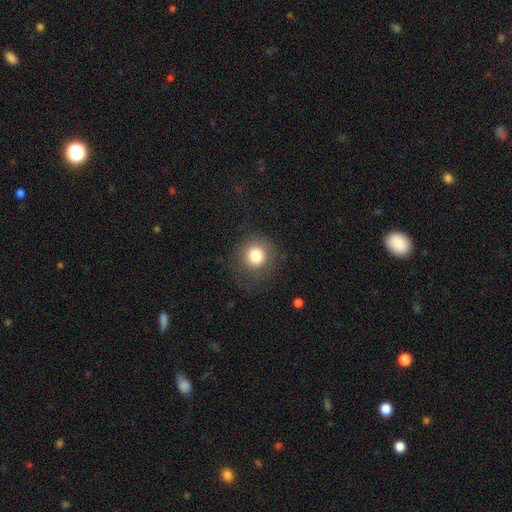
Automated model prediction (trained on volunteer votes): smooth 80%, star or artifact 11%, featured or disk 9%. Down the decision tree: how rounded — round (91%); merging — none (82%).